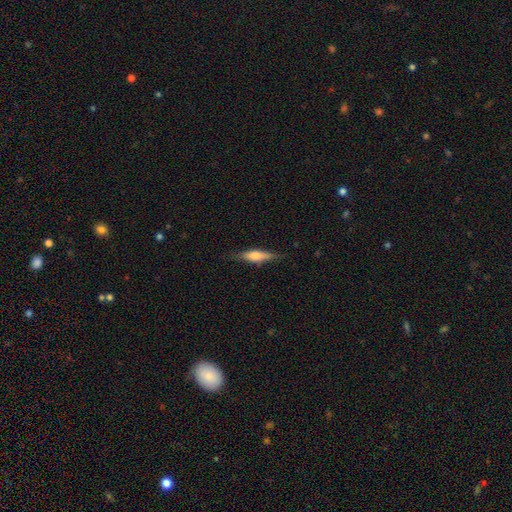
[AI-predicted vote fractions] smooth_or_featured: smooth (p=0.51) [alt: featured or disk p=0.43]
how_rounded: cigar-shaped (p=0.68) [alt: in between p=0.30]
merging: none (p=0.80) [alt: minor disturbance p=0.16]